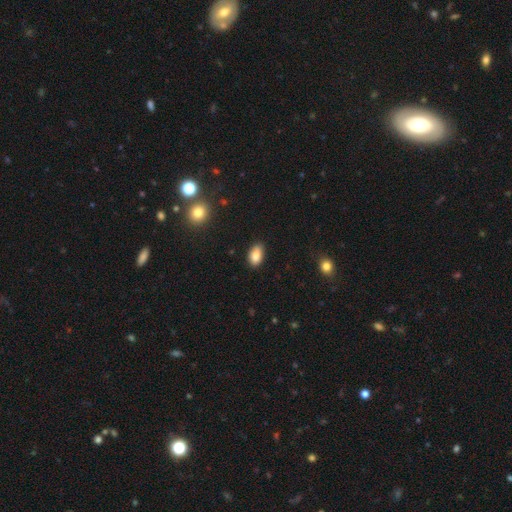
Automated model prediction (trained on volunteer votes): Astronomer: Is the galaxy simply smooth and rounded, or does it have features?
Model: smooth — 86%.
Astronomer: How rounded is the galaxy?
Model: in between — 92%.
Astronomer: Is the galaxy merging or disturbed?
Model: none — 81%.